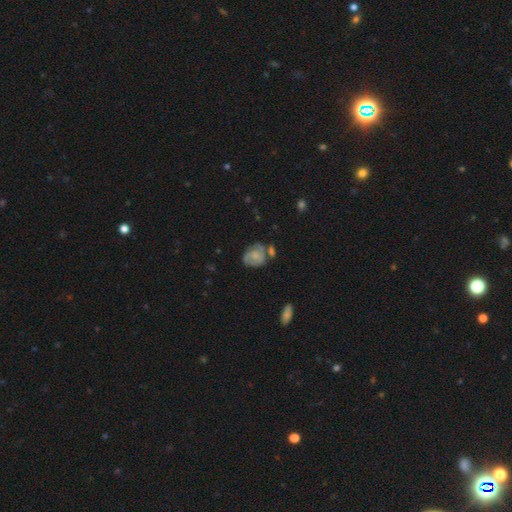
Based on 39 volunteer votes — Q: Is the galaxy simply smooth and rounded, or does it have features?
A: featured or disk — 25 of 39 (64%).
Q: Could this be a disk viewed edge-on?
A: no — 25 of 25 (100%).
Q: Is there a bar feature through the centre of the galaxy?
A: no — 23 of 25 (92%).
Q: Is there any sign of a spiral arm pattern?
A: yes — 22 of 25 (88%).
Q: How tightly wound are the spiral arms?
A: tight — 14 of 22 (64%).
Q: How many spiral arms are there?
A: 2 — 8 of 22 (36%).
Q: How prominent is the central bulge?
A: moderate — 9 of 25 (36%, tied with small).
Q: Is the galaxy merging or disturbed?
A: none — 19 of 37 (51%).